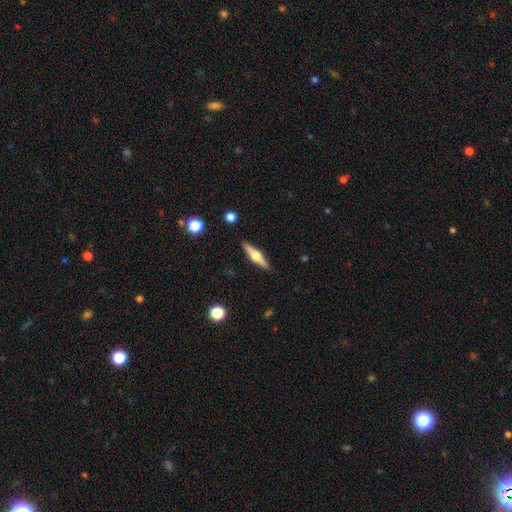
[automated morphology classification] Q: Smooth or featured?
A: featured or disk (65%); runner-up: smooth (30%)
Q: Edge-on disk?
A: yes (97%); runner-up: no (3%)
Q: Edge-on bulge?
A: rounded (94%); runner-up: boxy (4%)
Q: Merging?
A: none (91%); runner-up: minor disturbance (7%)